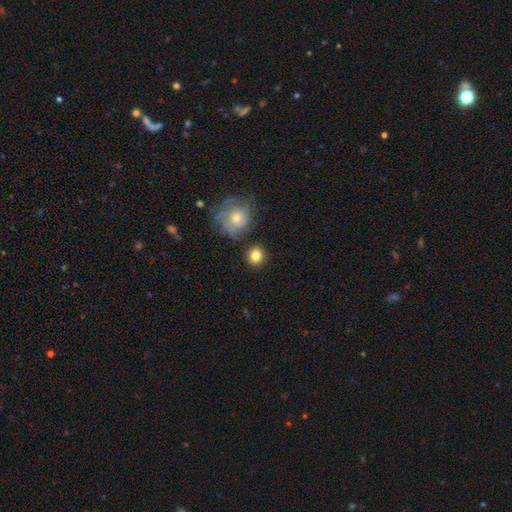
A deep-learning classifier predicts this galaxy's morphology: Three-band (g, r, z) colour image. It shows a smooth galaxy with no disk features (83%) that is round (86%). Merging: none (84%).